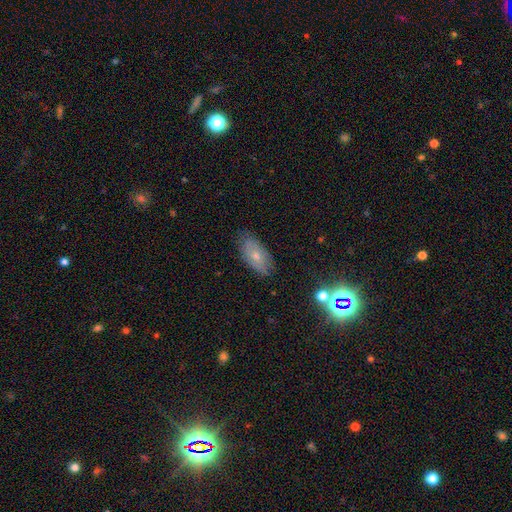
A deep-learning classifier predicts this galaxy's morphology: This appears to be a smooth galaxy with no disk features (57%) that is in between round and cigar-shaped (89%). Merging: none (77%).